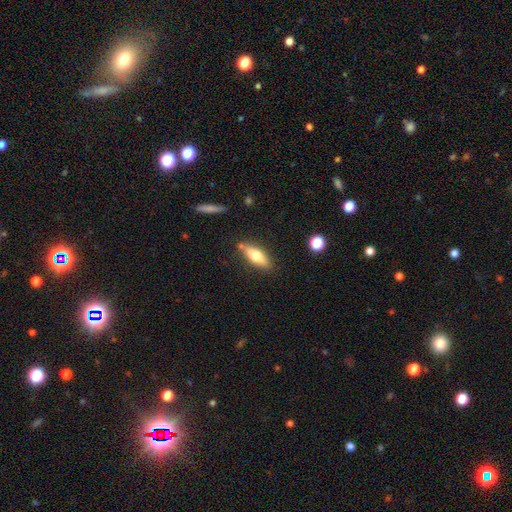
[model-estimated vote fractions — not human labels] This is likely a smooth galaxy (64%). How rounded: possibly in between (58%). Merging: likely none (80%).